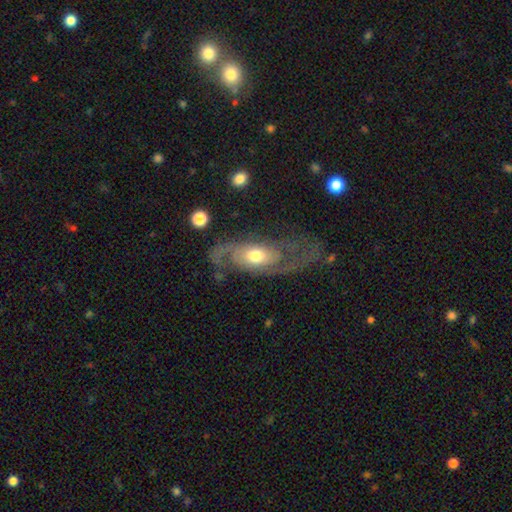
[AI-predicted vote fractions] Smooth or featured?
  - featured or disk: 78% *
  - smooth: 16%
  - star or artifact: 6%
Edge-on disk?
  - no: 89% *
  - yes: 11%
Bar?
  - no: 76% *
  - weak: 18%
  - strong: 5%
Spiral arms?
  - yes: 87% *
  - no: 13%
Spiral winding?
  - medium: 39% *
  - tight: 31%
  - loose: 29%
Spiral arm count?
  - 2: 74% *
  - can't tell: 13%
  - 1: 6%
  - 3: 3%
  - 4: 2%
  - more than 4: 2%
Bulge size?
  - moderate: 69% *
  - large: 14%
  - small: 14%
  - dominant: 2%
  - none: 1%
Merging?
  - none: 61% *
  - major disturbance: 19%
  - minor disturbance: 18%
  - merger: 3%